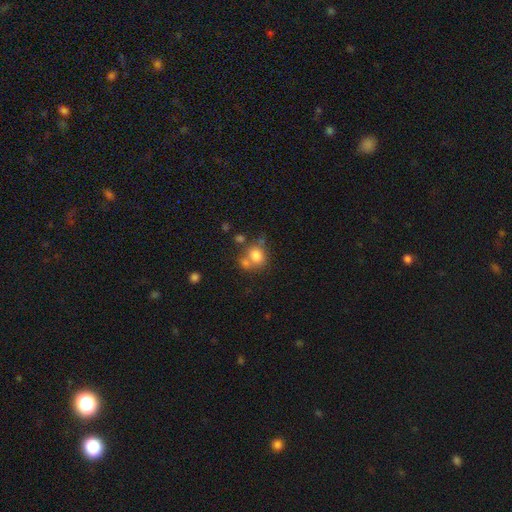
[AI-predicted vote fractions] Smooth or featured? Predicted: smooth (p=0.77). How rounded? Predicted: round (p=0.62). Merging? Predicted: none (p=0.47).